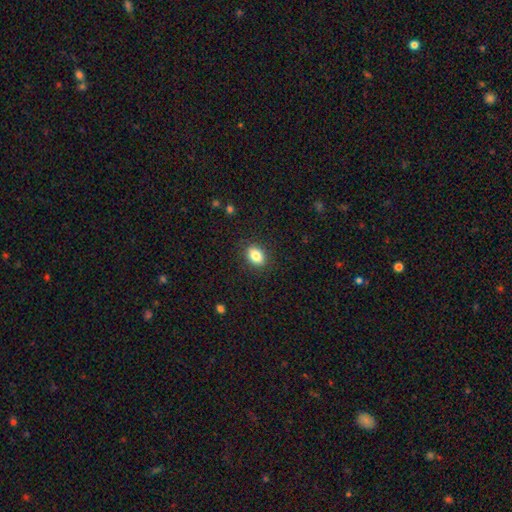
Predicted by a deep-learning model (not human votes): Morphology: type=smooth (84%); roundness=in between (77%); merging=none (88%).